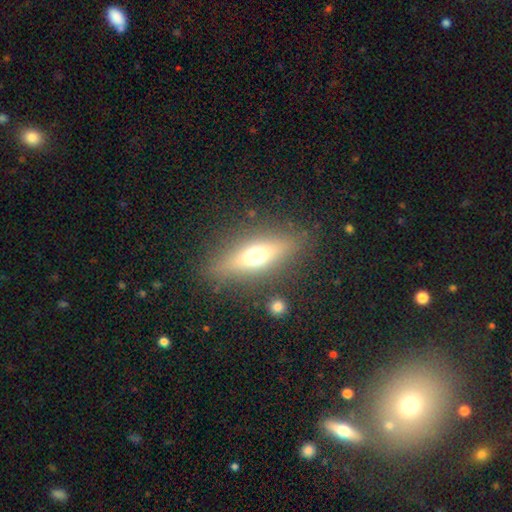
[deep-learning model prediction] A smooth galaxy with no disk features (48%).

Vote fractions:
- Smooth or featured? smooth: 48% / featured or disk: 42% / star or artifact: 11%
- Merging? none: 84% / minor disturbance: 10% / major disturbance: 4% / merger: 2%